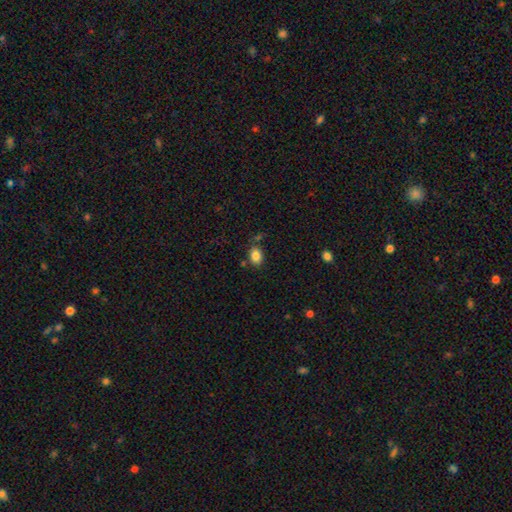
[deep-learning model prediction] Smooth or featured?
  - smooth: 85% *
  - star or artifact: 9%
  - featured or disk: 6%
How rounded?
  - in between: 72% *
  - round: 27%
  - cigar-shaped: 1%
Merging?
  - none: 75% *
  - minor disturbance: 14%
  - merger: 7%
  - major disturbance: 4%